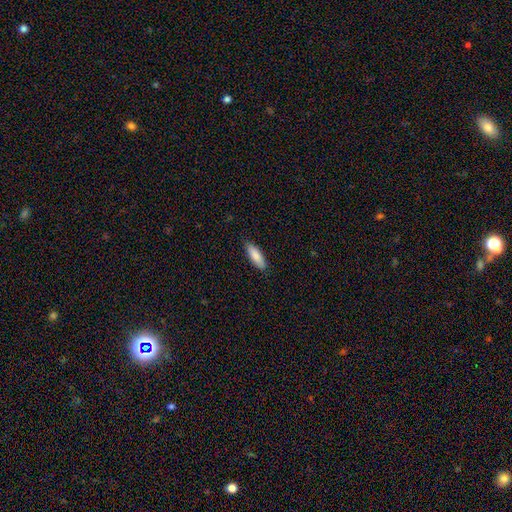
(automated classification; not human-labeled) This appears to be a smooth galaxy with no disk features (86%) that is in between round and cigar-shaped (57%). Merging: none (85%).